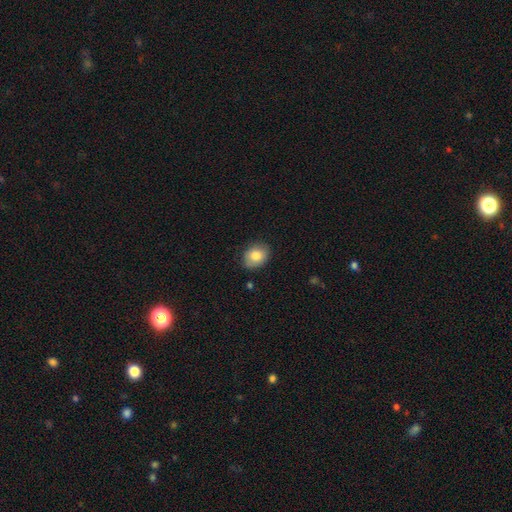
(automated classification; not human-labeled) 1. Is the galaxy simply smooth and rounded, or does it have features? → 82% smooth, 11% featured or disk, 8% star or artifact.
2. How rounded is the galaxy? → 59% in between, 40% round, 1% cigar-shaped.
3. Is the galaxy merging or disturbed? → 82% none, 14% minor disturbance, 3% major disturbance, 1% merger.